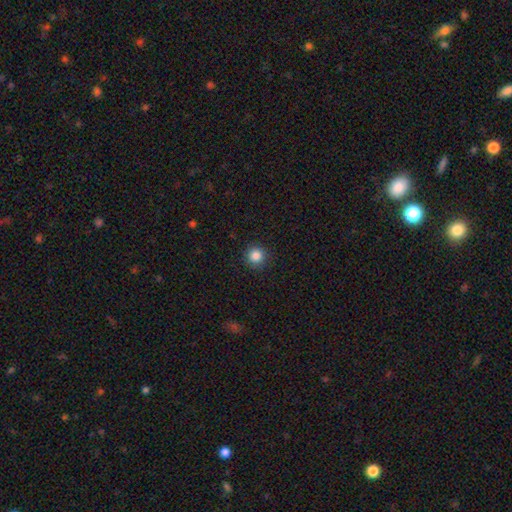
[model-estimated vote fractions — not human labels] Smooth or featured?
  - smooth: 85% *
  - star or artifact: 11%
  - featured or disk: 4%
How rounded?
  - round: 95% *
  - in between: 4%
  - cigar-shaped: 1%
Merging?
  - none: 91% *
  - minor disturbance: 6%
  - major disturbance: 2%
  - merger: 1%